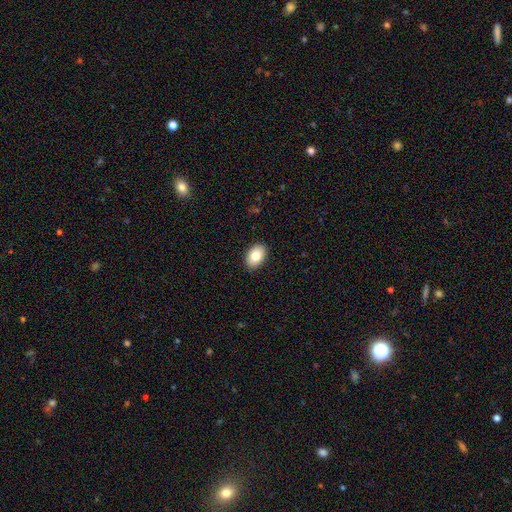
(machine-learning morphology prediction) Overall: smooth (84%). How rounded: in between (87%). Merging: none (89%).